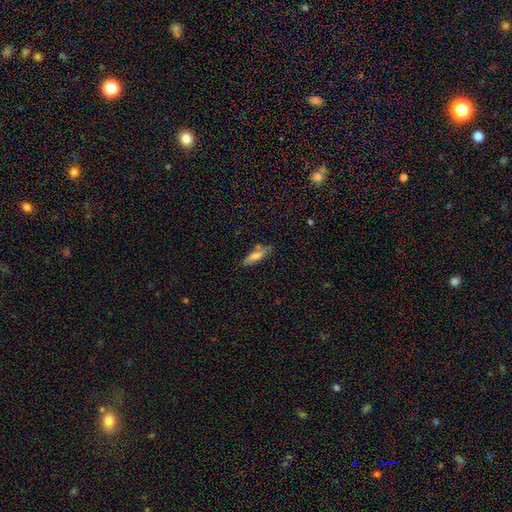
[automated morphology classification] This is likely a smooth galaxy (72%). How rounded: possibly cigar-shaped (52%). Merging: likely none (72%).